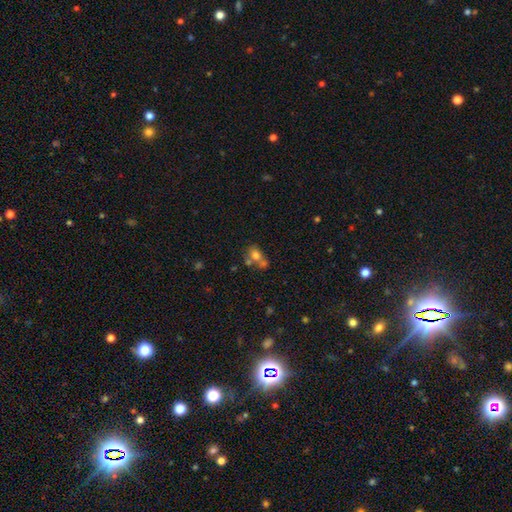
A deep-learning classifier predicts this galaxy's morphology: A smooth galaxy with no disk features (68%) that is in between round and cigar-shaped (54%).

Vote fractions:
- Smooth or featured? smooth: 68% / featured or disk: 19% / star or artifact: 13%
- How rounded? in between: 54% / round: 45% / cigar-shaped: 2%
- Merging? merger: 50% / none: 32% / minor disturbance: 11% / major disturbance: 7%